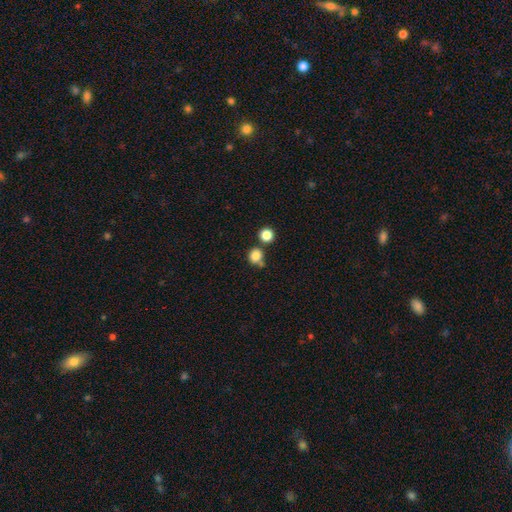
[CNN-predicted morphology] Smooth or featured? Predicted: smooth (p=0.83). How rounded? Predicted: round (p=0.85). Merging? Predicted: none (p=0.64).